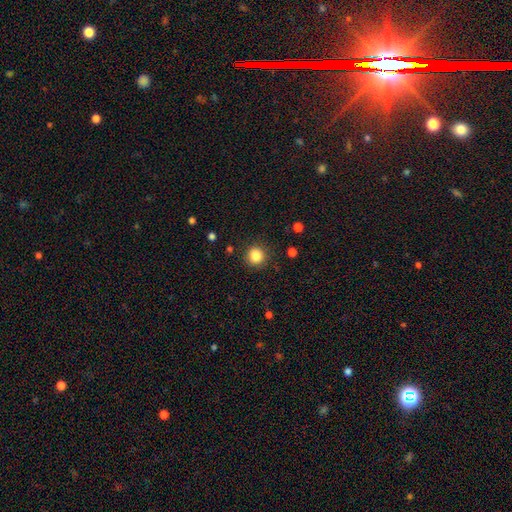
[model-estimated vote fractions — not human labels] Smooth or featured? smooth (85%)
How rounded? round (93%)
Merging? none (89%)